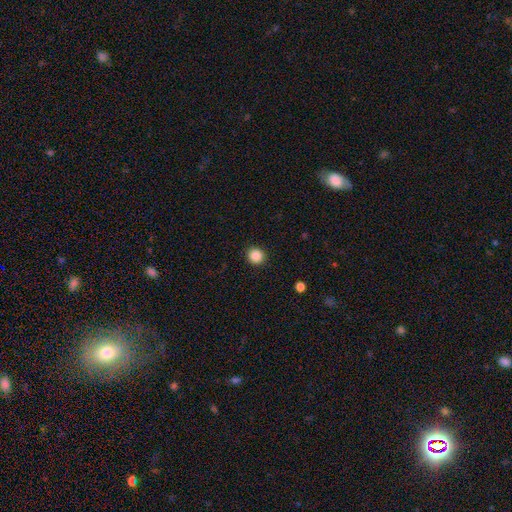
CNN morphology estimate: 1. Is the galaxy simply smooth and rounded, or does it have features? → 87% smooth, 10% star or artifact, 3% featured or disk.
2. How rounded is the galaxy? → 93% round, 6% in between, 1% cigar-shaped.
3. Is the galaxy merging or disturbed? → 92% none, 5% minor disturbance, 2% major disturbance, 1% merger.